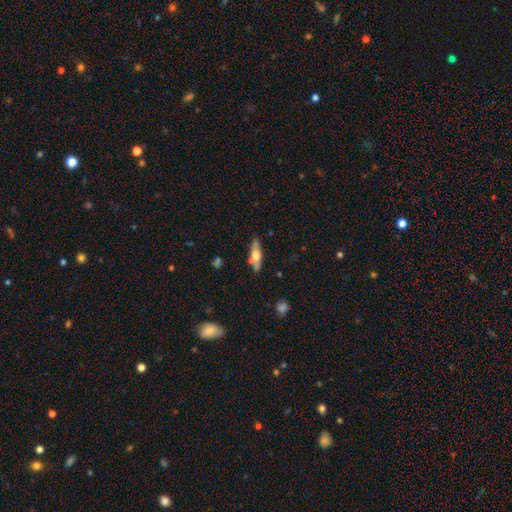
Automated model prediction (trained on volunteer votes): Overall: smooth (47%, tied with featured or disk). Merging: none (73%).